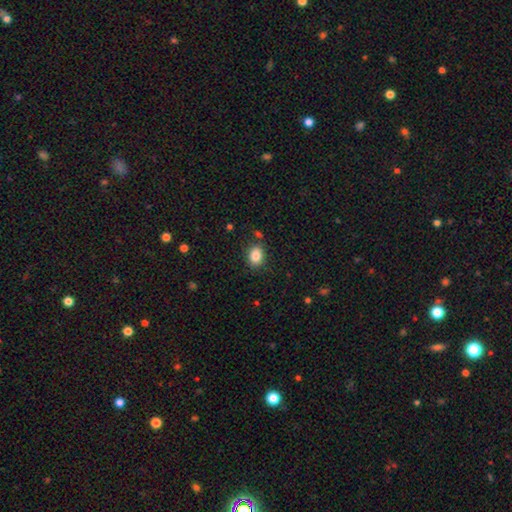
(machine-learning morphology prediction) Smooth or featured?
  - smooth: 85% *
  - star or artifact: 9%
  - featured or disk: 6%
How rounded?
  - in between: 63% *
  - round: 36%
  - cigar-shaped: 1%
Merging?
  - none: 83% *
  - minor disturbance: 11%
  - merger: 3%
  - major disturbance: 3%